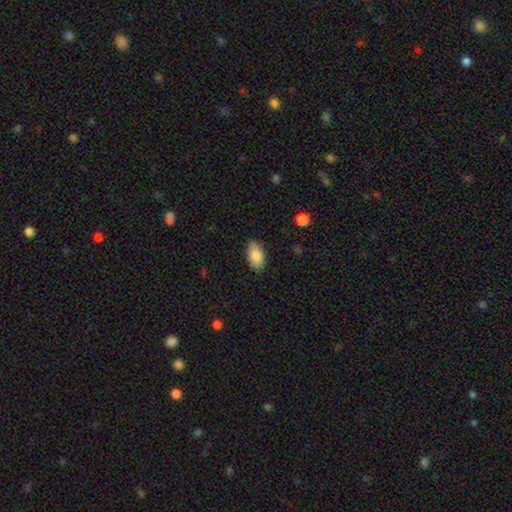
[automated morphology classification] Overall: smooth (87%). How rounded: in between (93%). Merging: none (84%).